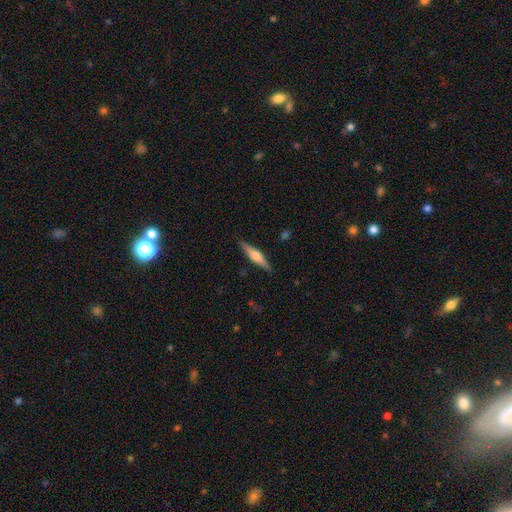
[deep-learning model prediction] Smooth or featured? featured or disk (60%)
Edge-on disk? yes (97%)
Edge-on bulge? rounded (82%)
Merging? none (89%)